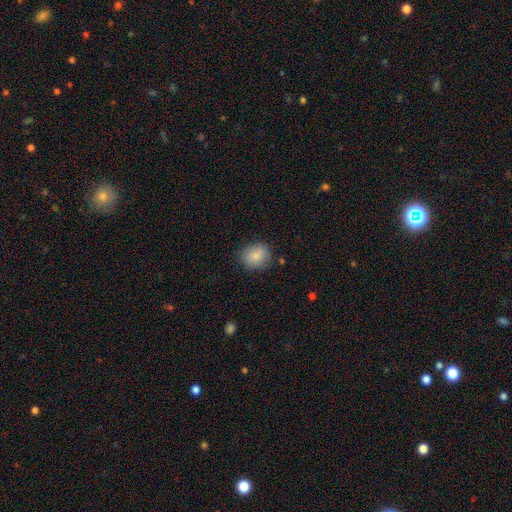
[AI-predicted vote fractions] Q: Smooth or featured?
A: smooth (85%); runner-up: star or artifact (8%)
Q: How rounded?
A: round (63%); runner-up: in between (36%)
Q: Merging?
A: none (79%); runner-up: minor disturbance (15%)